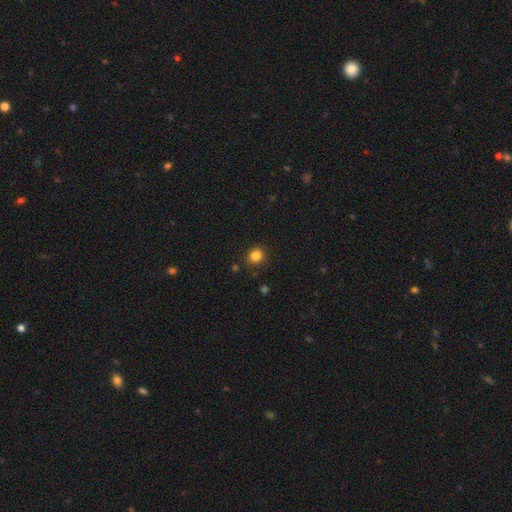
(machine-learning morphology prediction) Q: Smooth or featured?
A: smooth (83%); runner-up: star or artifact (12%)
Q: How rounded?
A: round (83%); runner-up: in between (16%)
Q: Merging?
A: none (88%); runner-up: minor disturbance (8%)